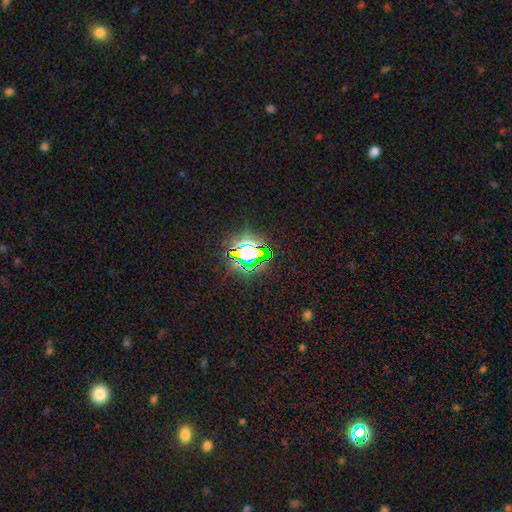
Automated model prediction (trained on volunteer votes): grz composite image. It shows a star or artifact, not a galaxy (69%).